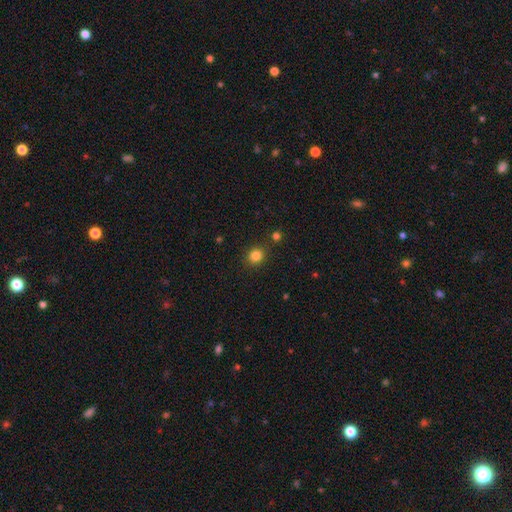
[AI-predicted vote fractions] Overall: smooth (82%). How rounded: round (83%). Merging: none (86%).